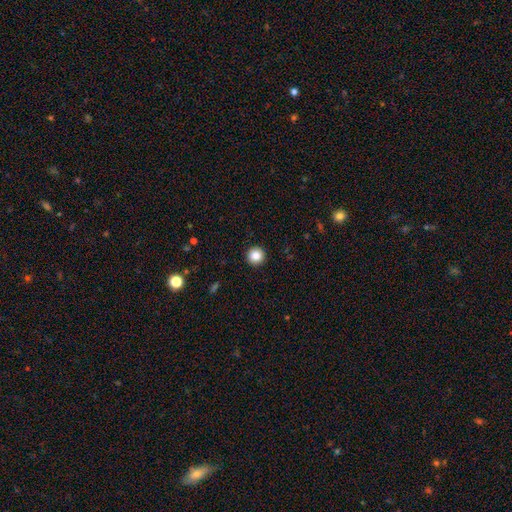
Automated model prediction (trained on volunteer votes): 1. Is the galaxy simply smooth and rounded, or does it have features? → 86% smooth, 10% star or artifact, 4% featured or disk.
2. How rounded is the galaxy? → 96% round, 3% in between, 1% cigar-shaped.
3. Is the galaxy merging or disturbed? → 93% none, 4% minor disturbance, 2% major disturbance, 1% merger.